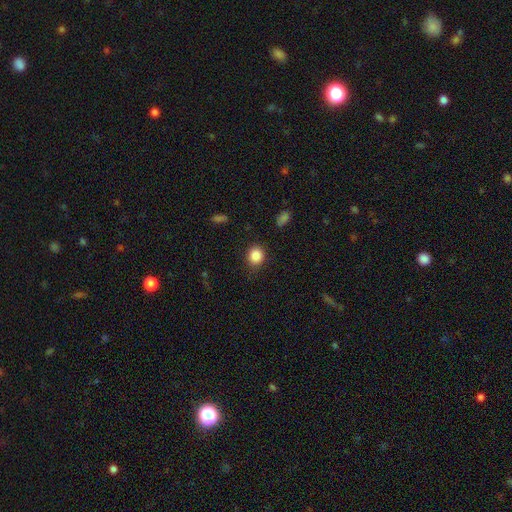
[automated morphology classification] smooth_or_featured: smooth (p=0.86) [alt: star or artifact p=0.10]
how_rounded: round (p=0.82) [alt: in between p=0.17]
merging: none (p=0.85) [alt: minor disturbance p=0.11]